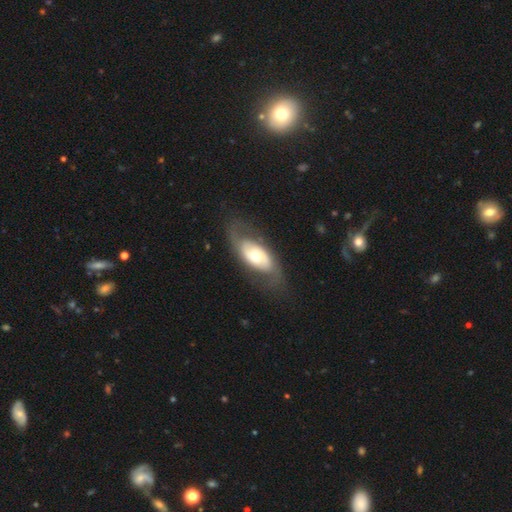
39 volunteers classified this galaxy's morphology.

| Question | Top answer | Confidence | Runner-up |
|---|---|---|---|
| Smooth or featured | featured or disk | 72% | smooth (26%) |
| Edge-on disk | no | 86% | yes (14%) |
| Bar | no | 79% | weak (17%) |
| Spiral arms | yes | 50% | tied: no (50%) |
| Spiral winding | loose | 42% | medium (33%) |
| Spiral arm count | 2 | 75% | can't tell (25%) |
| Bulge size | moderate | 54% | small (33%) |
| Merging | none | 55% | minor disturbance (26%) |